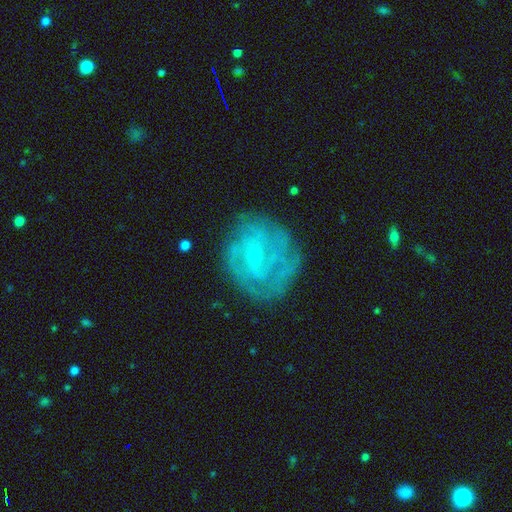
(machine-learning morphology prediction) Smooth or featured: featured or disk — 73% (smooth — 19%)
Edge-on disk: no — 98% (yes — 2%)
Bar: no — 48% (weak — 44%)
Spiral arms: yes — 82% (no — 18%)
Spiral winding: tight — 58% (medium — 32%)
Spiral arm count: can't tell — 47% (2 — 18%)
Bulge size: small — 76% (moderate — 15%)
Merging: none — 70% (minor disturbance — 18%)